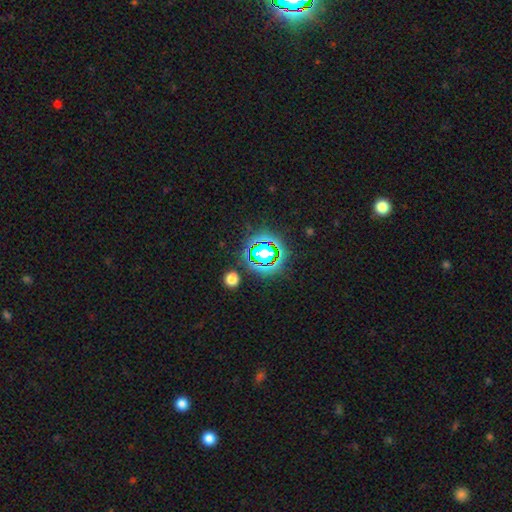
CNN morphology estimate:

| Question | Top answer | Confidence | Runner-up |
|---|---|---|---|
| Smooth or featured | star or artifact | 79% | smooth (13%) |